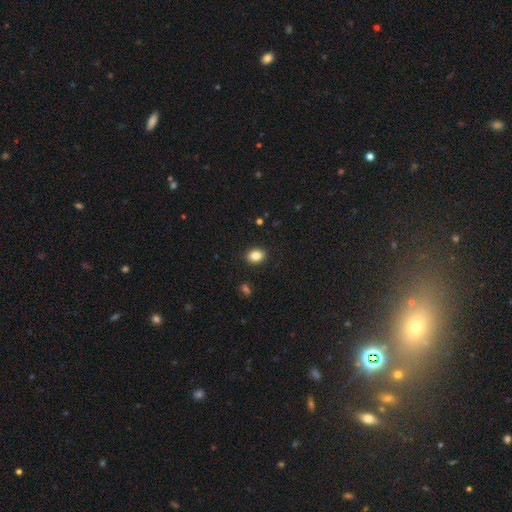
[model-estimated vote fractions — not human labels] smooth-or-featured: smooth: 85% | star or artifact: 9% | featured or disk: 5%
  how-rounded: in between: 65% | round: 34% | cigar-shaped: 1%
  merging: none: 90% | minor disturbance: 7% | major disturbance: 2% | merger: 1%